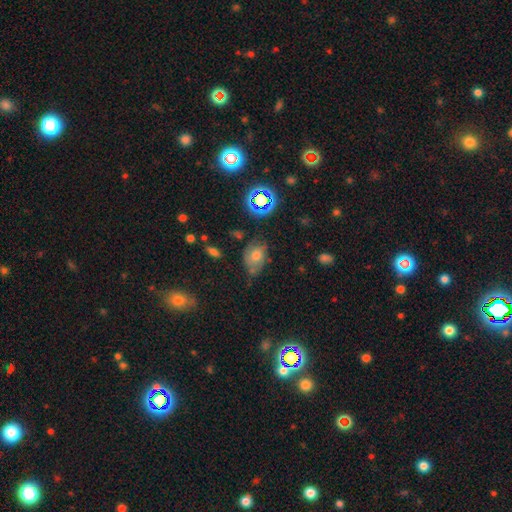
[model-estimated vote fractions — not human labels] Smooth or featured? Predicted: smooth (p=0.55). How rounded? Predicted: in between (p=0.75). Merging? Predicted: none (p=0.49).